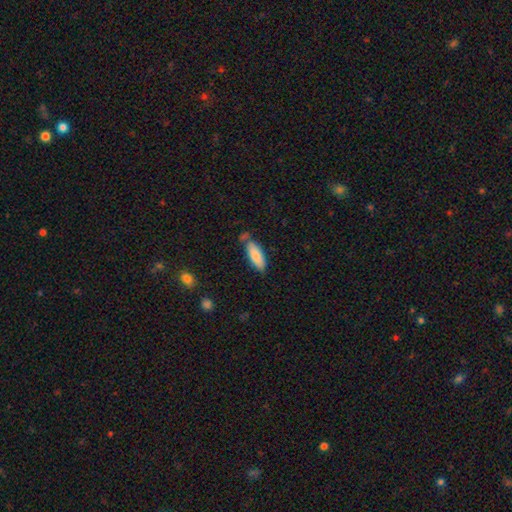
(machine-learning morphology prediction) Smooth or featured: smooth — 85% (featured or disk — 9%)
How rounded: in between — 67% (cigar-shaped — 31%)
Merging: none — 64% (minor disturbance — 21%)